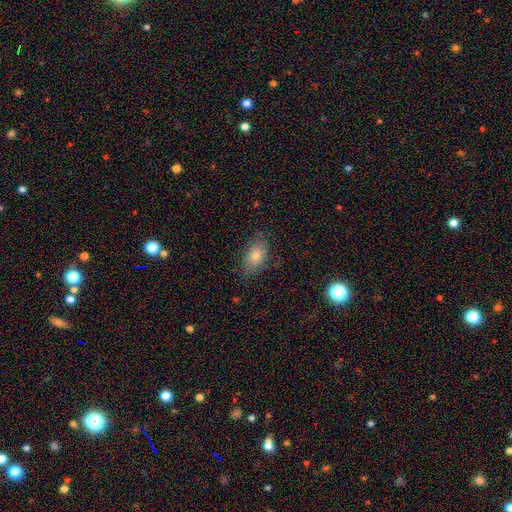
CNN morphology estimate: Q: Smooth or featured?
A: smooth (71%); runner-up: featured or disk (17%)
Q: How rounded?
A: in between (87%); runner-up: round (10%)
Q: Merging?
A: none (81%); runner-up: minor disturbance (15%)